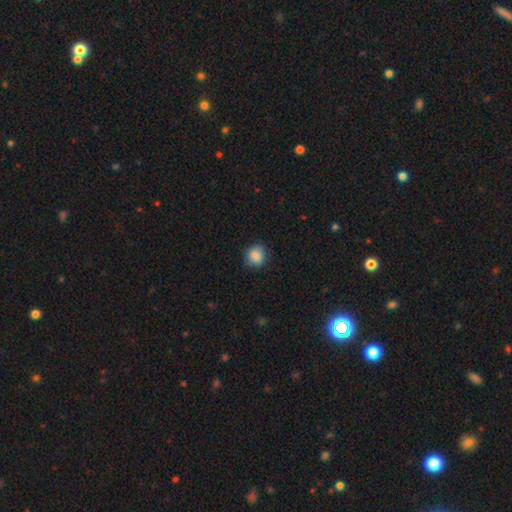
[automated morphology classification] smooth-or-featured: smooth: 87% | star or artifact: 9% | featured or disk: 5%
  how-rounded: round: 78% | in between: 21% | cigar-shaped: 1%
  merging: none: 83% | minor disturbance: 13% | major disturbance: 3% | merger: 1%